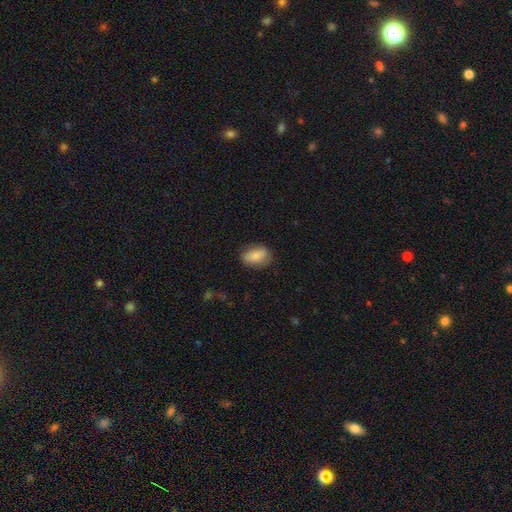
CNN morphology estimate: A smooth galaxy with no disk features (79%) that is in between round and cigar-shaped (84%).

Vote fractions:
- Smooth or featured? smooth: 79% / featured or disk: 14% / star or artifact: 7%
- How rounded? in between: 84% / round: 10% / cigar-shaped: 6%
- Merging? none: 77% / minor disturbance: 17% / major disturbance: 4% / merger: 1%